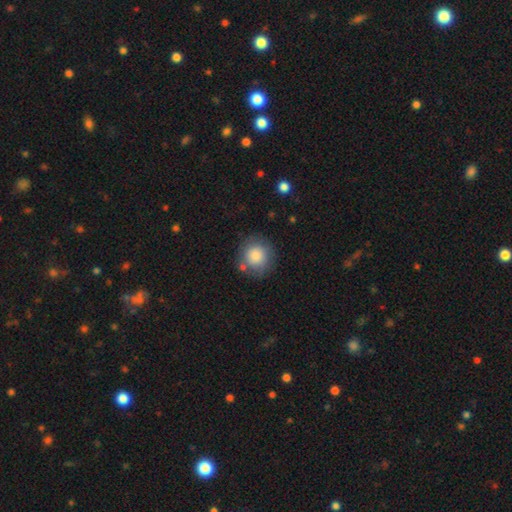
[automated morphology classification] This is clearly a smooth galaxy (84%). How rounded: clearly round (90%). Merging: likely none (77%).